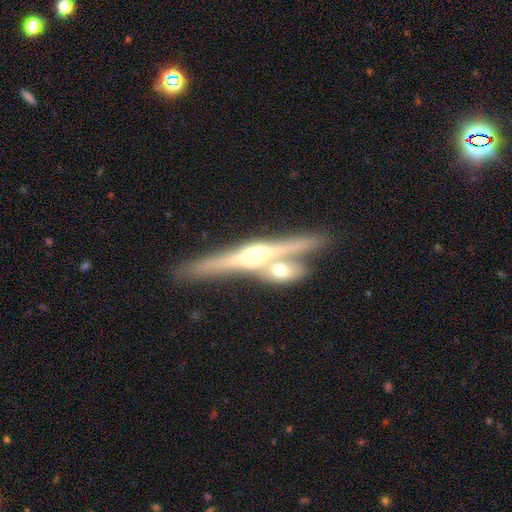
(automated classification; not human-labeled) A featured or disk galaxy (78%) viewed edge-on (96%) with a rounded central bulge (93%).

Vote fractions:
- Smooth or featured? featured or disk: 78% / smooth: 16% / star or artifact: 7%
- Edge-on disk? yes: 96% / no: 4%
- Edge-on bulge? rounded: 93% / boxy: 4% / none: 3%
- Merging? none: 59% / merger: 29% / minor disturbance: 8% / major disturbance: 3%